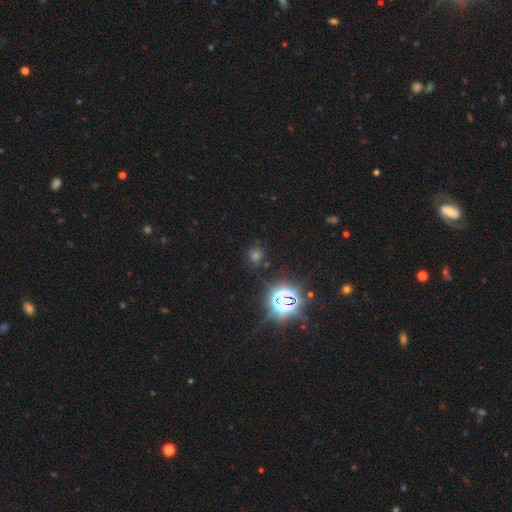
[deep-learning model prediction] This appears to be a star or artifact, not a galaxy (55%).